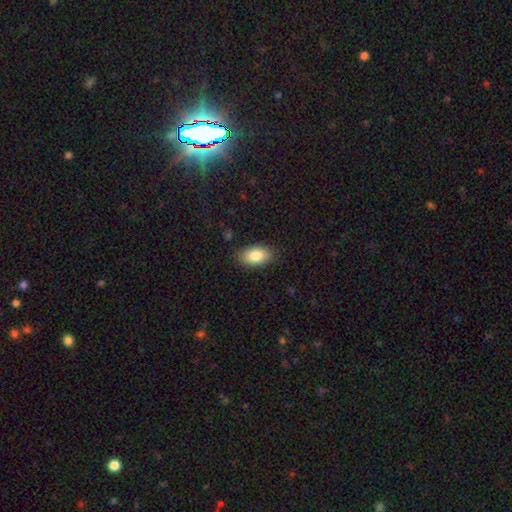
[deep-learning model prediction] A smooth galaxy with no disk features (83%) that is in between round and cigar-shaped (92%). Merging: none (86%).